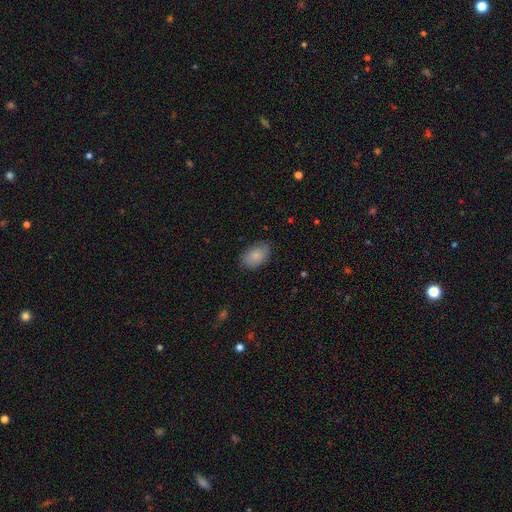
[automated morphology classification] A smooth galaxy with no disk features (84%) that is in between round and cigar-shaped (89%). Merging: none (80%).